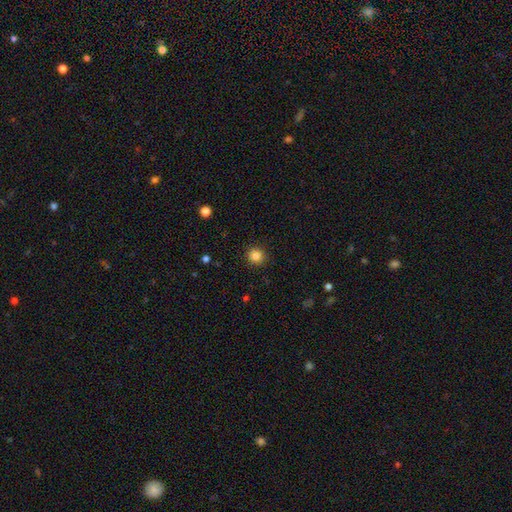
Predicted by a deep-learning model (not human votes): This is clearly a smooth galaxy (85%). How rounded: clearly round (90%). Merging: clearly none (91%).